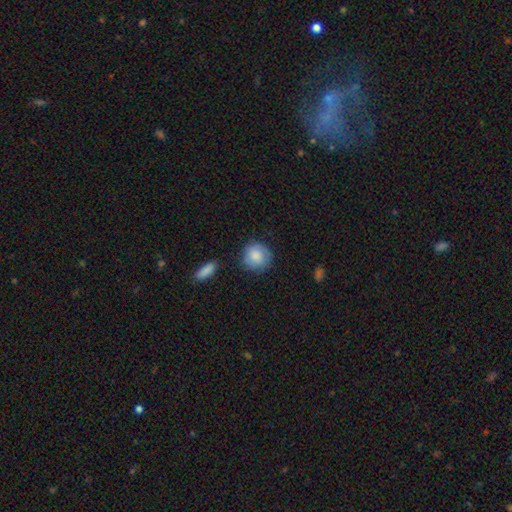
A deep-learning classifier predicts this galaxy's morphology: Q: Smooth or featured?
A: smooth (84%); runner-up: featured or disk (9%)
Q: How rounded?
A: round (90%); runner-up: in between (9%)
Q: Merging?
A: none (77%); runner-up: minor disturbance (16%)